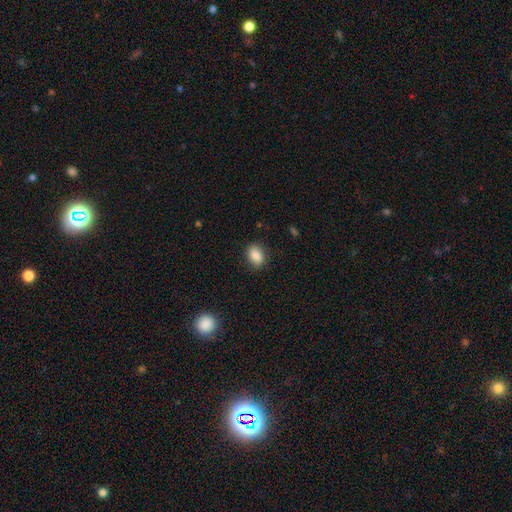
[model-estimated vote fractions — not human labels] A smooth galaxy with no disk features (86%) that is in between round and cigar-shaped (77%). Merging: none (84%).